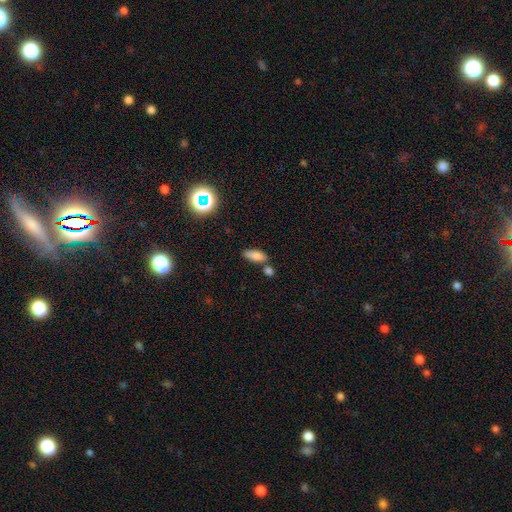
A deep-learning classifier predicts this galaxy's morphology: Q: Smooth or featured?
A: smooth (80%); runner-up: star or artifact (11%)
Q: How rounded?
A: in between (77%); runner-up: cigar-shaped (19%)
Q: Merging?
A: none (61%); runner-up: merger (18%)